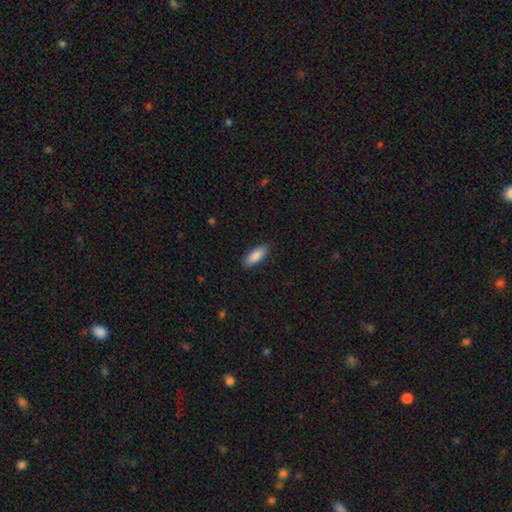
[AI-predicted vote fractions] This is clearly a smooth galaxy (87%). How rounded: likely in between (72%). Merging: clearly none (88%).